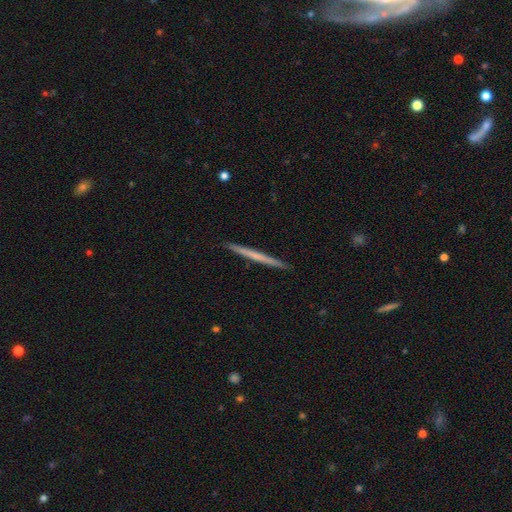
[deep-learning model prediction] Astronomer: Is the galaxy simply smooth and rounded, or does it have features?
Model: smooth — 48% (runner-up: featured or disk, 47%).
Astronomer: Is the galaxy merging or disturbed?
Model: none — 93%.